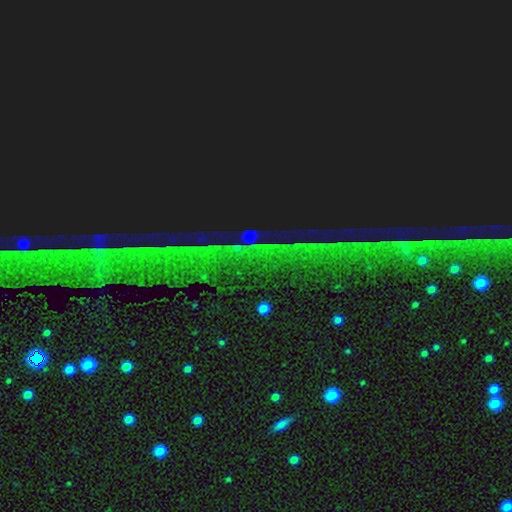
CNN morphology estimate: Smooth or featured: star or artifact — 87% (featured or disk — 7%)